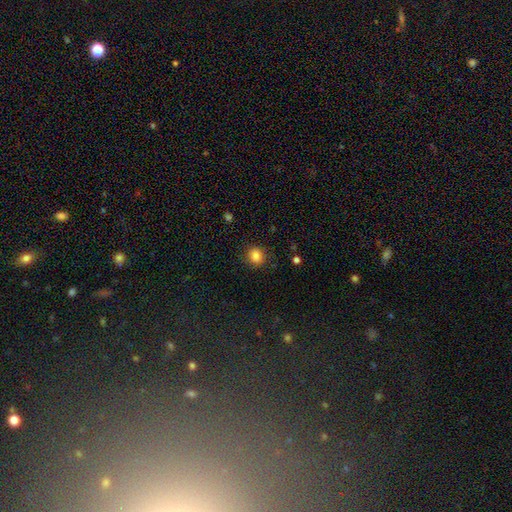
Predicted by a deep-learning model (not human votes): This appears to be a smooth galaxy with no disk features (84%) that is round (83%). Merging: none (87%).